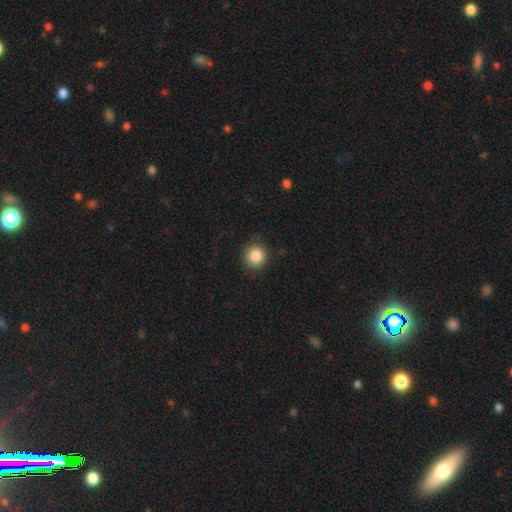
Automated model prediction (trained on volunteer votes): Smooth or featured: smooth — 87% (star or artifact — 9%)
How rounded: round — 90% (in between — 9%)
Merging: none — 85% (minor disturbance — 11%)